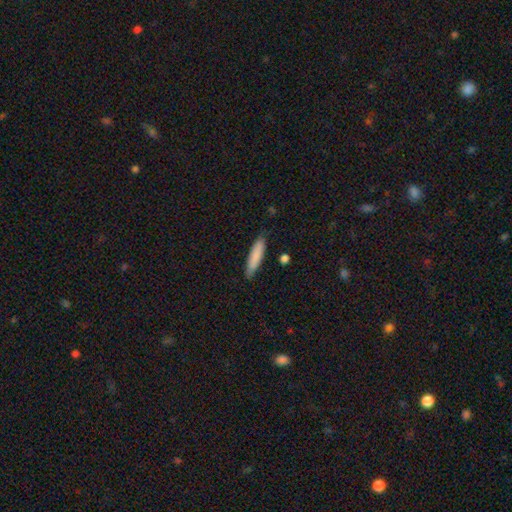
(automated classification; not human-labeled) A smooth galaxy with no disk features (83%) that is cigar-shaped (79%). Merging: none (83%).